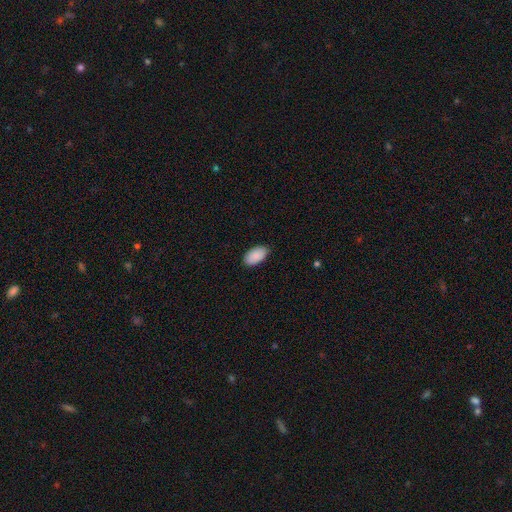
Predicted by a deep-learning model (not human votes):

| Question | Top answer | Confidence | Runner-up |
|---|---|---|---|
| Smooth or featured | smooth | 91% | star or artifact (6%) |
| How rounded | in between | 95% | round (3%) |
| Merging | none | 86% | minor disturbance (11%) |